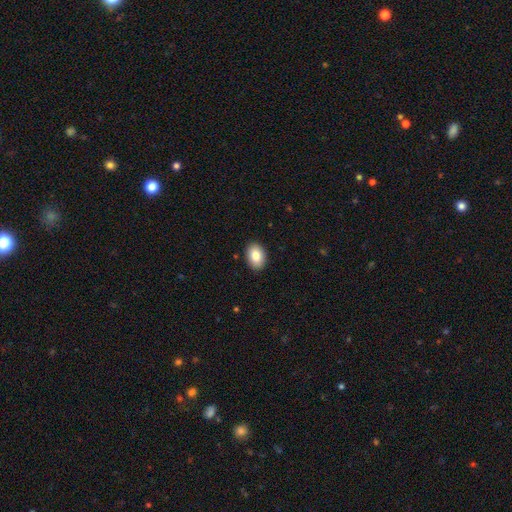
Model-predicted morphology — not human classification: Q: Smooth or featured?
A: smooth (86%); runner-up: star or artifact (7%)
Q: How rounded?
A: in between (85%); runner-up: round (14%)
Q: Merging?
A: none (90%); runner-up: minor disturbance (7%)